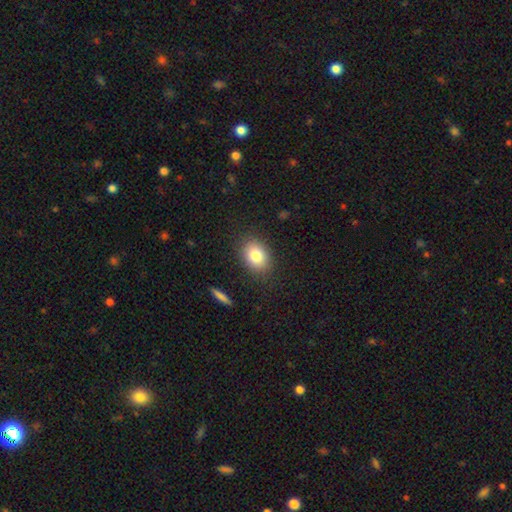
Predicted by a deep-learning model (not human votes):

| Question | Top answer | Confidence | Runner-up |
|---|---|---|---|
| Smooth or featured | smooth | 81% | featured or disk (10%) |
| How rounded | in between | 68% | round (31%) |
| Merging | none | 86% | minor disturbance (10%) |